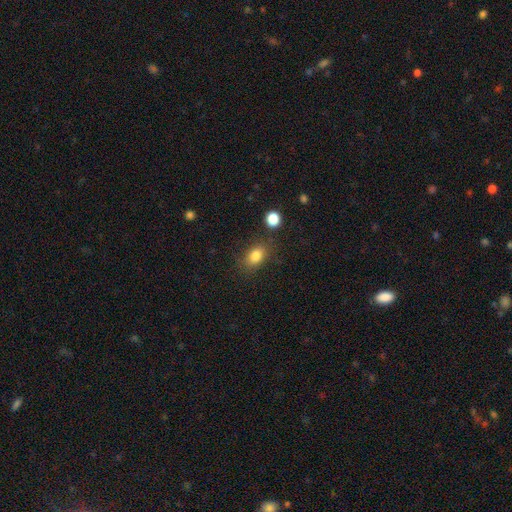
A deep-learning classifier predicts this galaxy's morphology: Overall: smooth (82%). How rounded: in between (76%). Merging: none (78%).